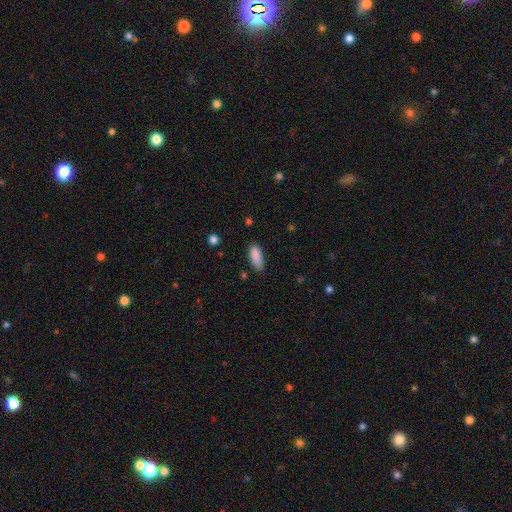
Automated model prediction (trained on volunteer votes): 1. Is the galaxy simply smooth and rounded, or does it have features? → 88% smooth, 7% star or artifact, 5% featured or disk.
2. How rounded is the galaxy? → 78% in between, 20% cigar-shaped, 2% round.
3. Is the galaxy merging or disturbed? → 74% none, 20% minor disturbance, 4% major disturbance, 2% merger.